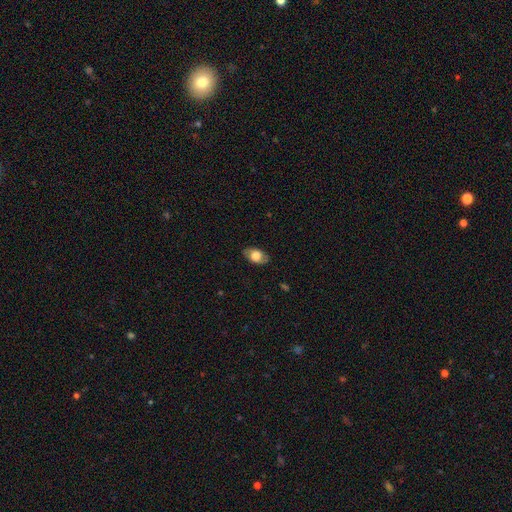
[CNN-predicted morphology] Smooth or featured: smooth — 67% (featured or disk — 26%)
How rounded: in between — 89% (round — 9%)
Merging: none — 81% (minor disturbance — 14%)